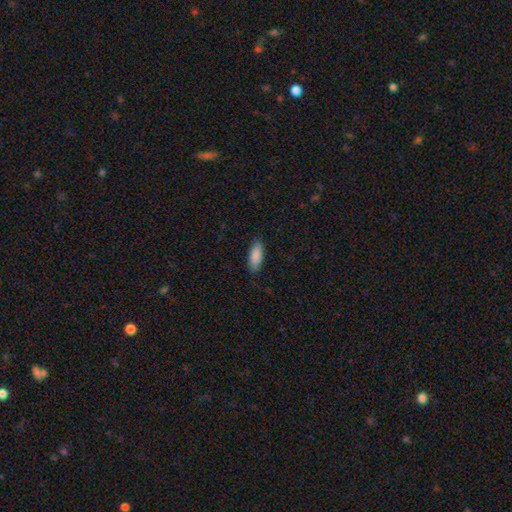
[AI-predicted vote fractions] This is clearly a smooth galaxy (88%). How rounded: likely in between (79%). Merging: clearly none (85%).